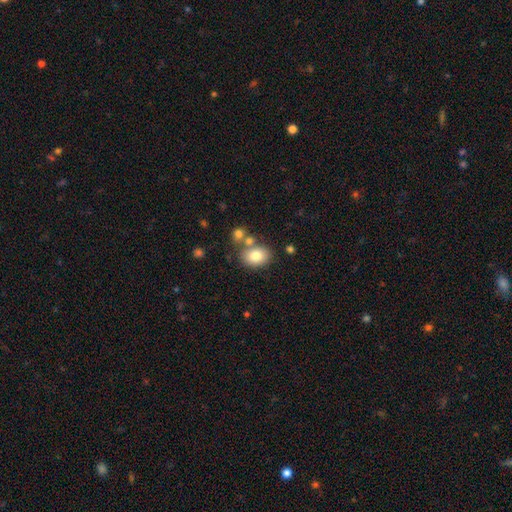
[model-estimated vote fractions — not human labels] Smooth or featured? Predicted: smooth (p=0.79). How rounded? Predicted: in between (p=0.66). Merging? Predicted: none (p=0.65).